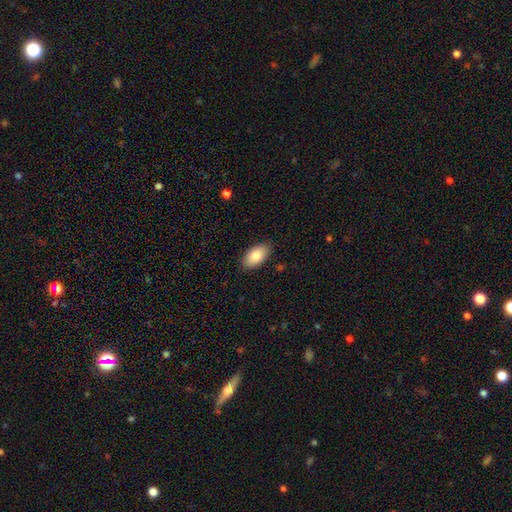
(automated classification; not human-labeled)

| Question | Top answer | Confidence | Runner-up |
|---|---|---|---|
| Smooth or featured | smooth | 84% | featured or disk (9%) |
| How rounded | in between | 95% | round (3%) |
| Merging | none | 87% | minor disturbance (10%) |